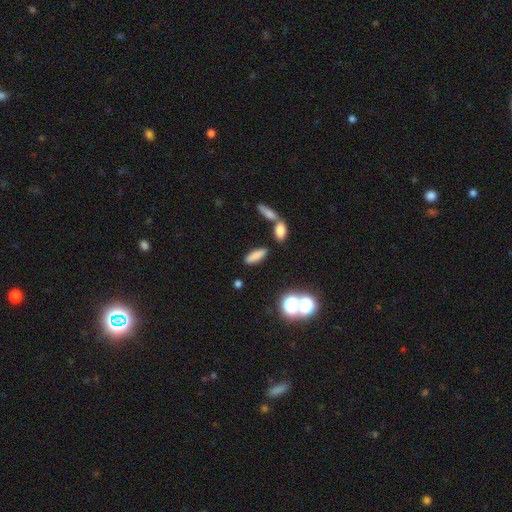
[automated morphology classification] A smooth galaxy with no disk features (78%) that is in between round and cigar-shaped (50%). Merging: none (77%).